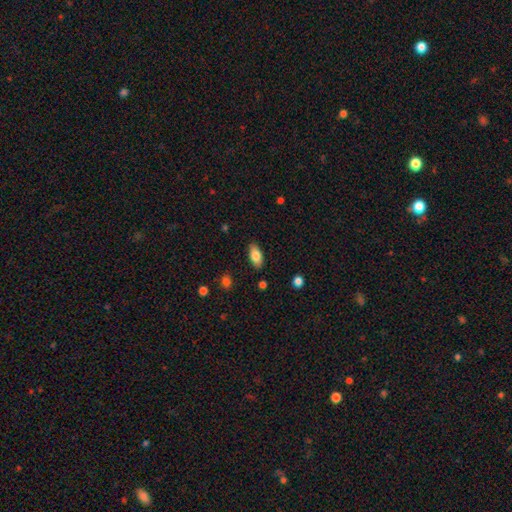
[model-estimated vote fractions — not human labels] Smooth or featured? Predicted: smooth (p=0.81). How rounded? Predicted: in between (p=0.89). Merging? Predicted: none (p=0.86).